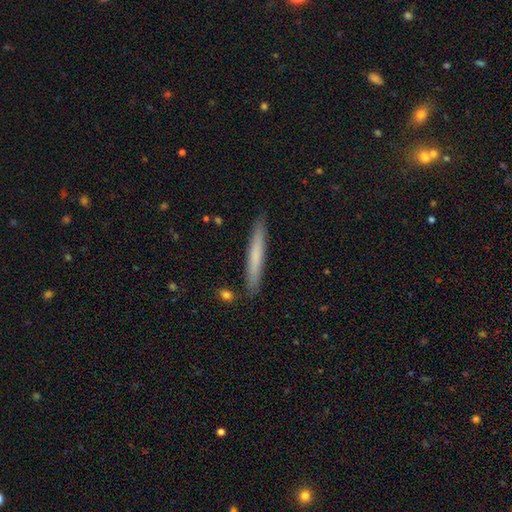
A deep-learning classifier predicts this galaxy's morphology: smooth 67%, featured or disk 28%, star or artifact 6%. Down the decision tree: how rounded — cigar-shaped (96%); merging — none (89%).